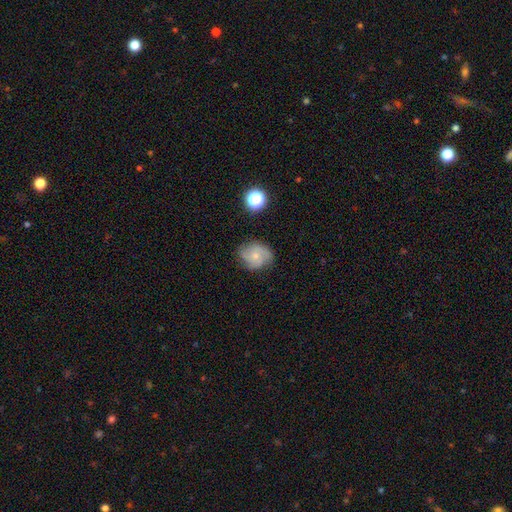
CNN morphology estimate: Smooth or featured? featured or disk (62%)
Edge-on disk? no (98%)
Bar? no (79%)
Spiral arms? yes (91%)
Spiral winding? medium (46%)
Spiral arm count? 3 (46%)
Bulge size? small (63%)
Merging? none (68%)